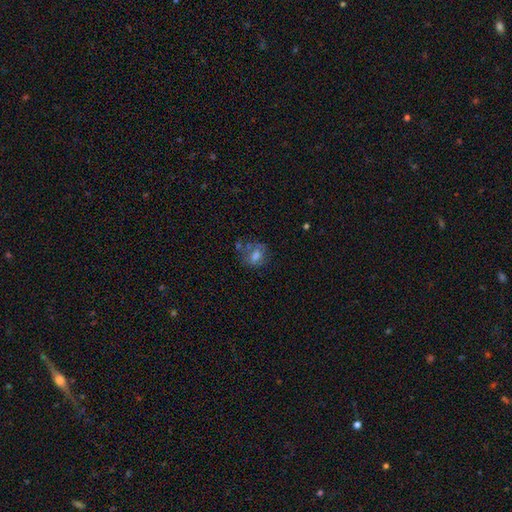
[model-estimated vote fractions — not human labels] This is possibly a smooth galaxy (54%). How rounded: possibly round (51%). Merging: possibly none (53%).